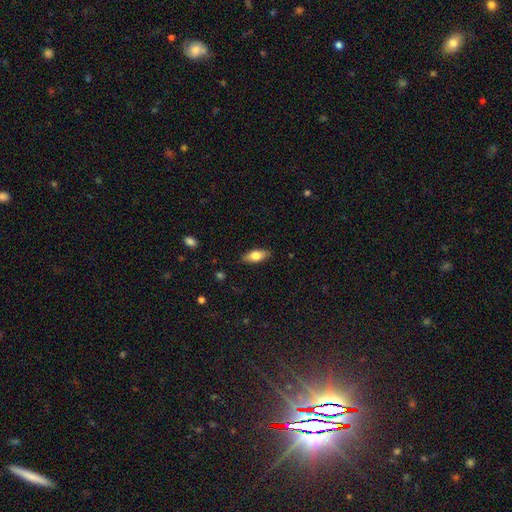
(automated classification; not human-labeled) A smooth galaxy with no disk features (74%) that is in between round and cigar-shaped (81%).

Vote fractions:
- Smooth or featured? smooth: 74% / featured or disk: 19% / star or artifact: 6%
- How rounded? in between: 81% / cigar-shaped: 16% / round: 3%
- Merging? none: 87% / minor disturbance: 10% / major disturbance: 2% / merger: 1%